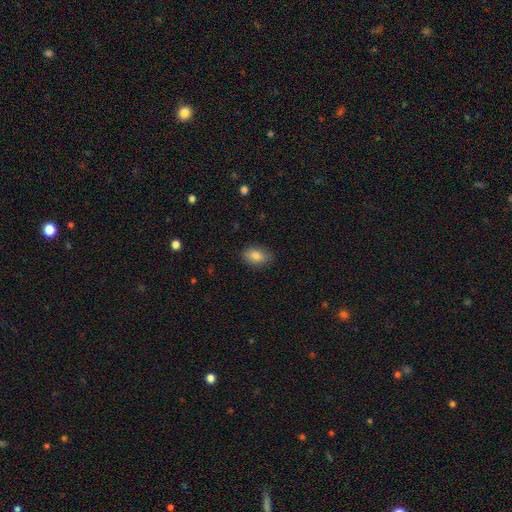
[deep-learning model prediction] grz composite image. It shows a smooth galaxy with no disk features (82%) that is in between round and cigar-shaped (89%). Merging: none (84%).